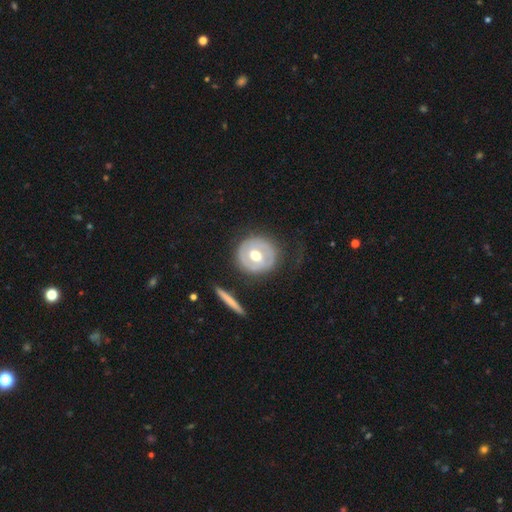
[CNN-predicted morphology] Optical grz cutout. It shows a featured or disk galaxy (62%) with no bar (45%), no spiral arms (53%) and a moderate central bulge (79%). Merging: none (74%).